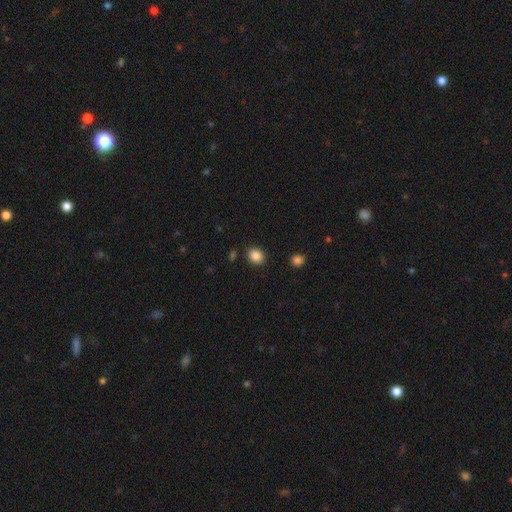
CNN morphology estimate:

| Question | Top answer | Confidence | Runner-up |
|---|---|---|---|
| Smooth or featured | smooth | 87% | star or artifact (9%) |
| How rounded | in between | 57% | round (43%) |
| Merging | none | 87% | minor disturbance (8%) |